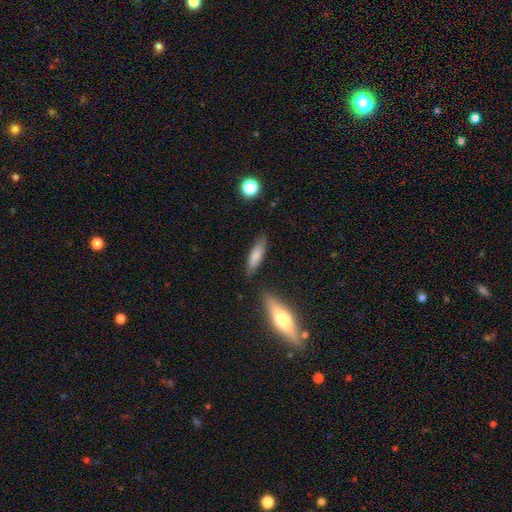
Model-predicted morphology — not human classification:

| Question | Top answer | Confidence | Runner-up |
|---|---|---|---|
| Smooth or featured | smooth | 75% | featured or disk (18%) |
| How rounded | cigar-shaped | 62% | in between (36%) |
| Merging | none | 78% | minor disturbance (15%) |